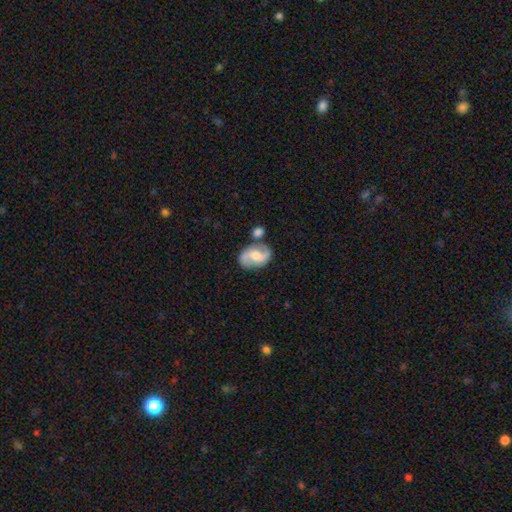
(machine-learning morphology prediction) Smooth or featured? featured or disk (77%)
Edge-on disk? no (97%)
Bar? weak (43%)
Spiral arms? yes (93%)
Spiral winding? medium (46%)
Spiral arm count? 2 (92%)
Bulge size? moderate (62%)
Merging? none (66%)